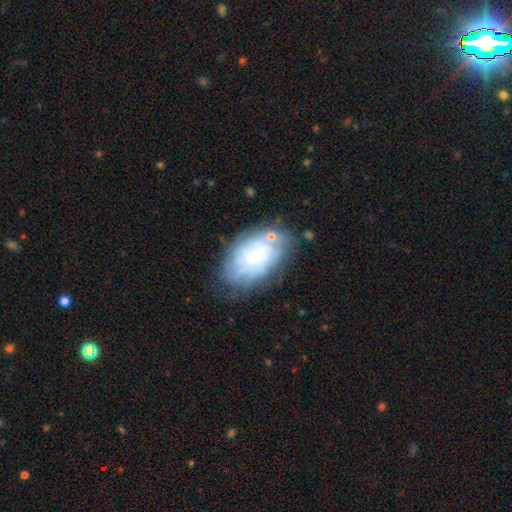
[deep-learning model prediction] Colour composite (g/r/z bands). It shows a featured or disk galaxy (70%) with no bar (63%), tight (66%) spiral arms (80%) and a small central bulge (66%). Merging: none (65%).